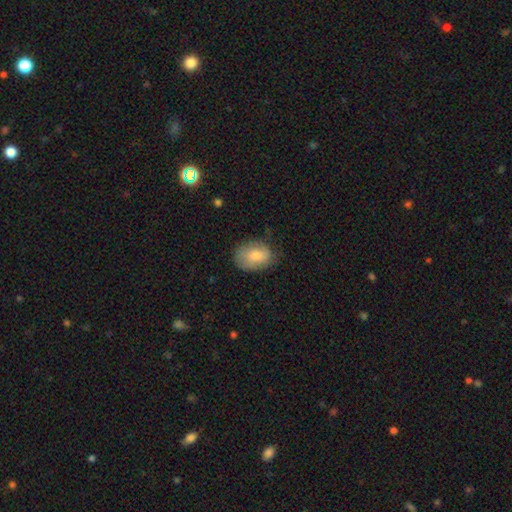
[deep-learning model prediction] smooth_or_featured: smooth (p=0.79) [alt: featured or disk p=0.14]
how_rounded: in between (p=0.80) [alt: round p=0.19]
merging: none (p=0.64) [alt: minor disturbance p=0.27]